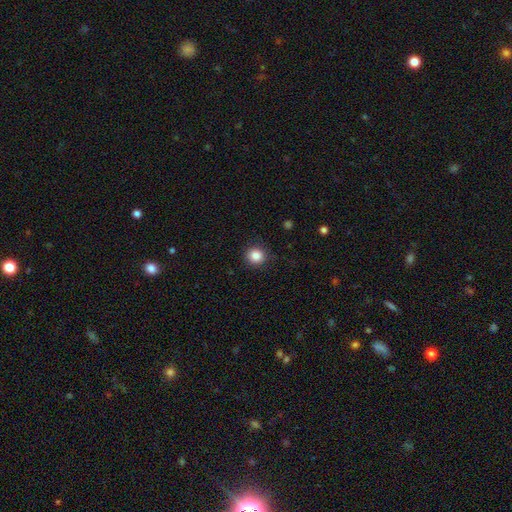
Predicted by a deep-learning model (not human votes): smooth 86%, star or artifact 10%, featured or disk 4%. Down the decision tree: how rounded — round (91%); merging — none (89%).